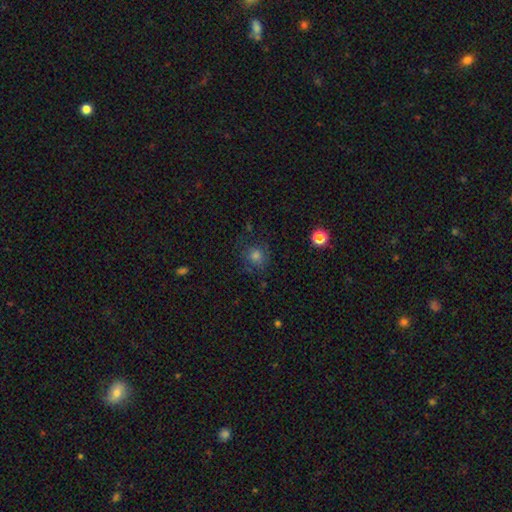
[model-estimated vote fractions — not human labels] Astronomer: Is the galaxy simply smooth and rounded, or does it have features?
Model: smooth — 66%.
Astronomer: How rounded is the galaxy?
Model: round — 83%.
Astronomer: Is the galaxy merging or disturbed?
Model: none — 72%.